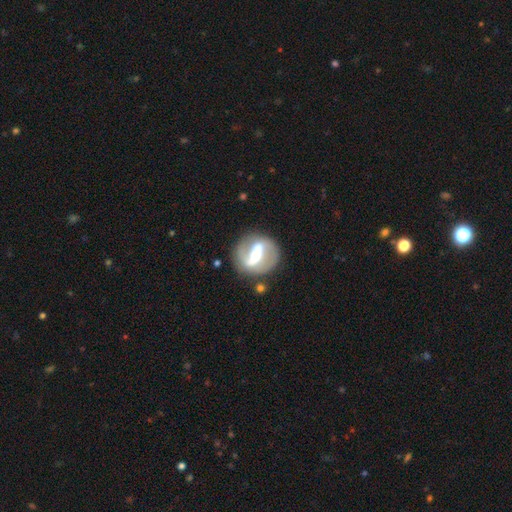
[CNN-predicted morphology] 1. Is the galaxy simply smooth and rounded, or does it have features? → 71% featured or disk, 22% smooth, 6% star or artifact.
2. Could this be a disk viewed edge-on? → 96% no, 4% yes.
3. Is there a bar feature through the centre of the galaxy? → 51% strong, 30% weak, 19% no.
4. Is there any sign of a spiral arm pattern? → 65% yes, 35% no.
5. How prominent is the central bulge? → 52% moderate, 25% small, 15% large, 5% none, 3% dominant.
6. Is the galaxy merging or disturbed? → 61% none, 15% minor disturbance, 13% merger, 10% major disturbance.